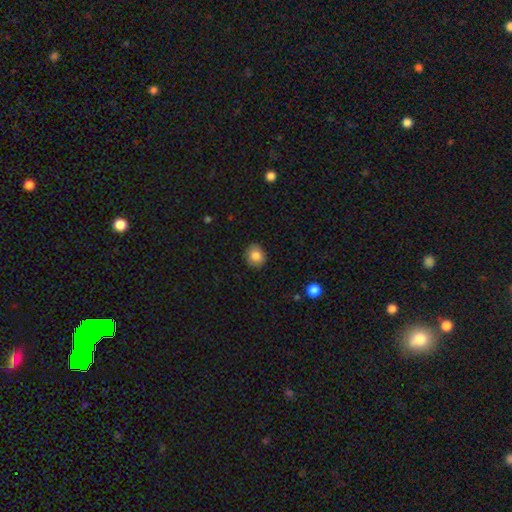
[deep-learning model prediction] Morphology: type=smooth (83%); roundness=round (74%); merging=none (87%).